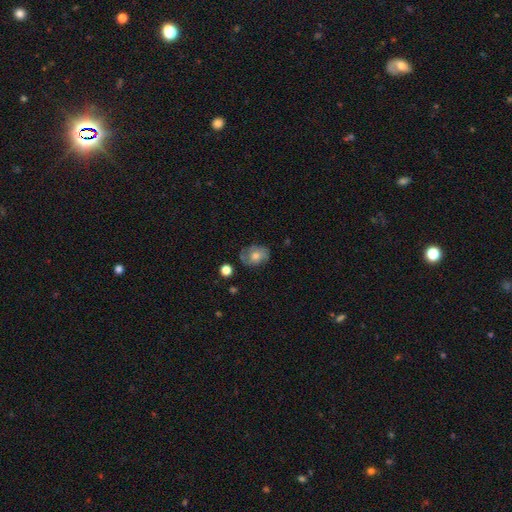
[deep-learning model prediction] smooth_or_featured: smooth (p=0.47) [alt: featured or disk p=0.43]
merging: none (p=0.65) [alt: minor disturbance p=0.23]